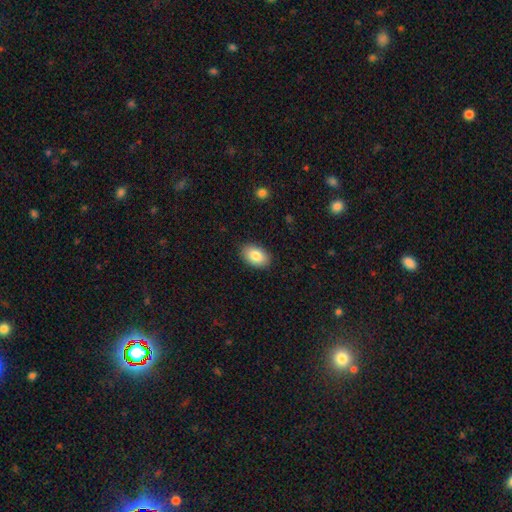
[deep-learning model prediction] Smooth or featured? Predicted: smooth (p=0.85). How rounded? Predicted: in between (p=0.89). Merging? Predicted: none (p=0.88).